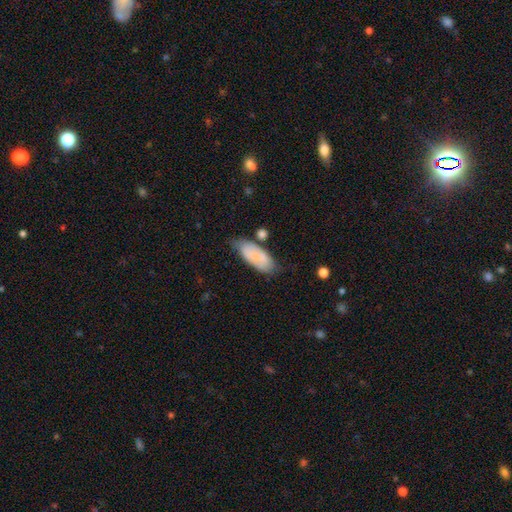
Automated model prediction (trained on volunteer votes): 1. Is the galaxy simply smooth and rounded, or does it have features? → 76% smooth, 17% featured or disk, 7% star or artifact.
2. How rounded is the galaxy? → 82% in between, 15% cigar-shaped, 2% round.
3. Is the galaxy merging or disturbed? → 58% none, 28% minor disturbance, 7% major disturbance, 7% merger.